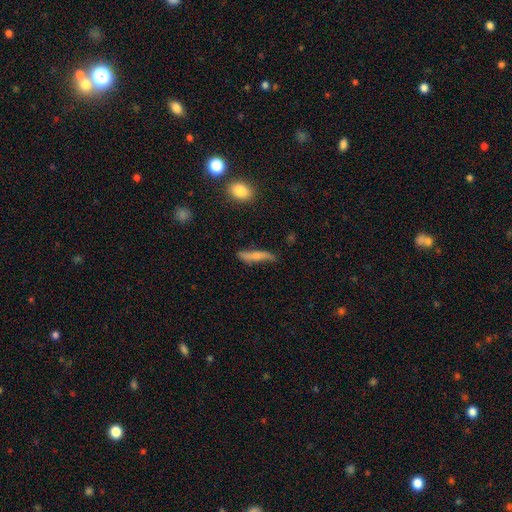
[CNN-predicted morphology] smooth_or_featured: smooth (p=0.54) [alt: featured or disk p=0.39]
how_rounded: cigar-shaped (p=0.82) [alt: in between p=0.15]
merging: none (p=0.66) [alt: minor disturbance p=0.24]